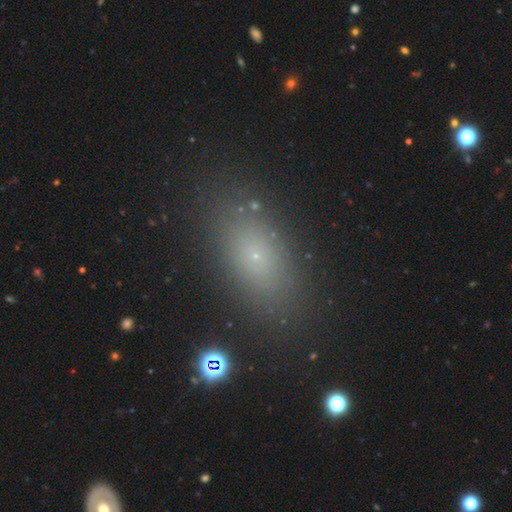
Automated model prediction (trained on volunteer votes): This appears to be a smooth galaxy with no disk features (65%) that is in between round and cigar-shaped (81%). Merging: none (85%).